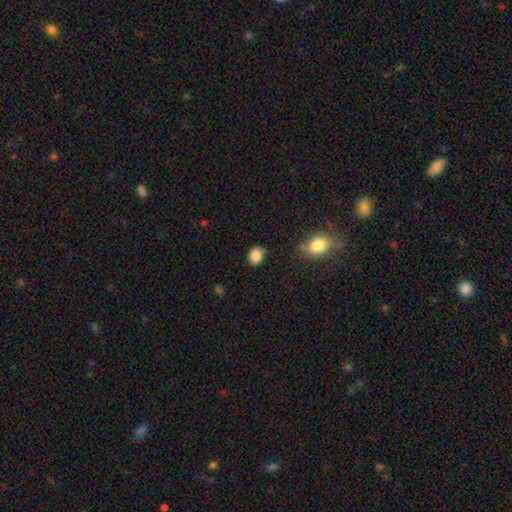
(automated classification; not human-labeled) Smooth or featured? smooth (85%)
How rounded? in between (57%)
Merging? none (70%)